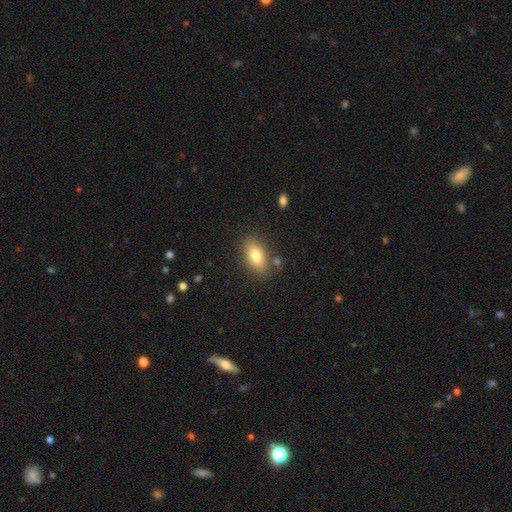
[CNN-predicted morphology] A smooth galaxy with no disk features (78%) that is in between round and cigar-shaped (88%).

Vote fractions:
- Smooth or featured? smooth: 78% / featured or disk: 14% / star or artifact: 8%
- How rounded? in between: 88% / cigar-shaped: 6% / round: 6%
- Merging? none: 81% / minor disturbance: 11% / merger: 4% / major disturbance: 3%